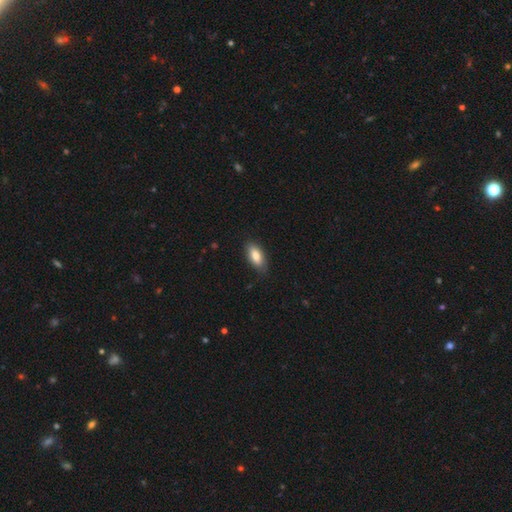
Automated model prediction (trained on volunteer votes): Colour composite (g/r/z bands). It shows a smooth galaxy with no disk features (81%) that is in between round and cigar-shaped (87%). Merging: none (82%).